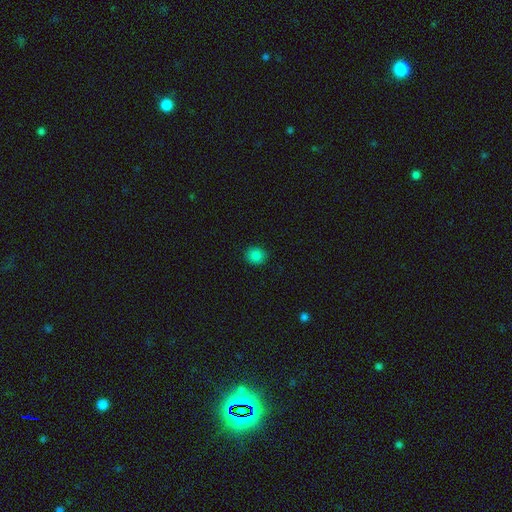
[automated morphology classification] smooth_or_featured: smooth (p=0.84) [alt: star or artifact p=0.12]
how_rounded: round (p=0.82) [alt: in between p=0.17]
merging: none (p=0.91) [alt: minor disturbance p=0.07]